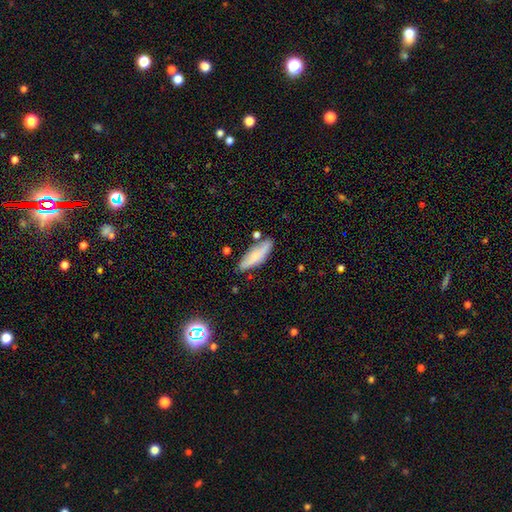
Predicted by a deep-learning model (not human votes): A smooth galaxy with no disk features (72%) that is cigar-shaped (52%). Merging: none (74%).